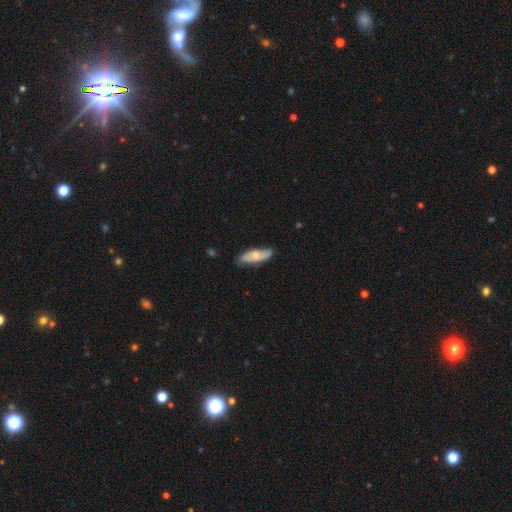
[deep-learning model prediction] Smooth or featured: smooth — 50% (featured or disk — 44%)
Merging: none — 73% (minor disturbance — 21%)